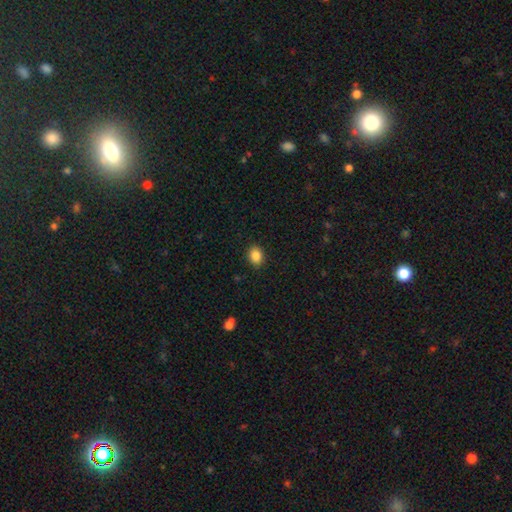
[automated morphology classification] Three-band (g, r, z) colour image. It shows a smooth galaxy with no disk features (87%) that is in between round and cigar-shaped (62%). Merging: none (90%).